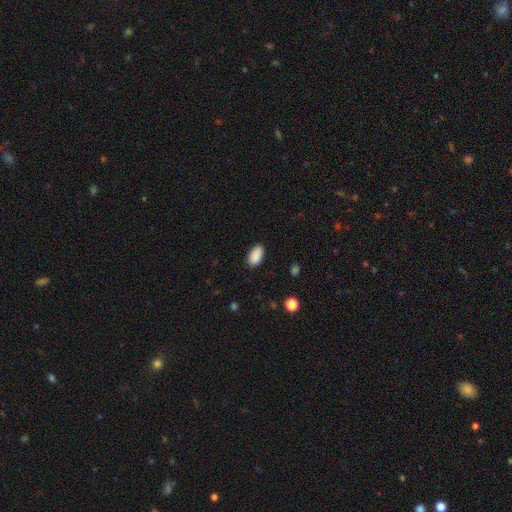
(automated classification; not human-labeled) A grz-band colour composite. It shows a smooth galaxy with no disk features (90%) that is in between round and cigar-shaped (94%). Merging: none (86%).